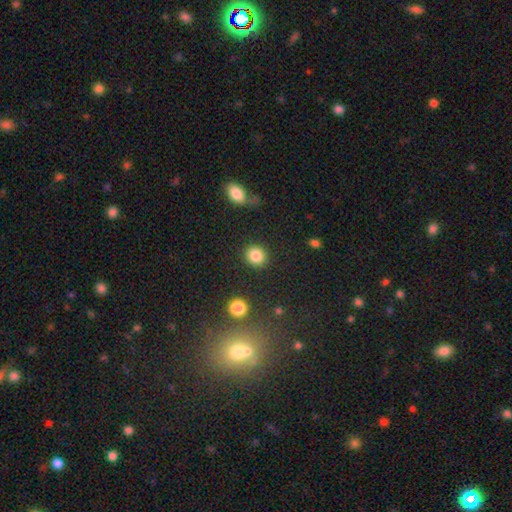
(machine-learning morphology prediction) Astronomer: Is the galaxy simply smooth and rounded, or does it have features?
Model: smooth — 85%.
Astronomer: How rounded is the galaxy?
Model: round — 81%.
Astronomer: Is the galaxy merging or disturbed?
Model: none — 88%.